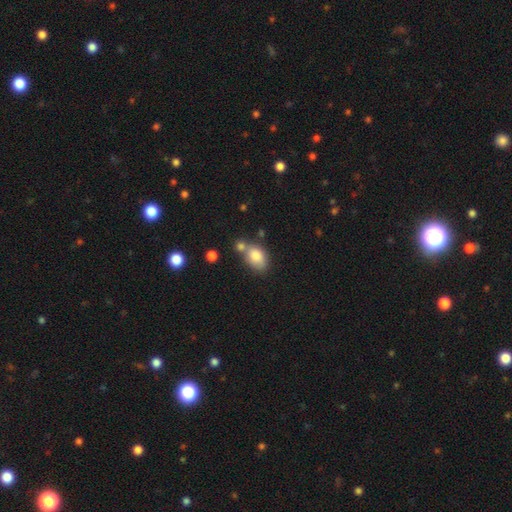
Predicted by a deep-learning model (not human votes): smooth 81%, featured or disk 11%, star or artifact 8%. Down the decision tree: how rounded — in between (83%); merging — none (47%).